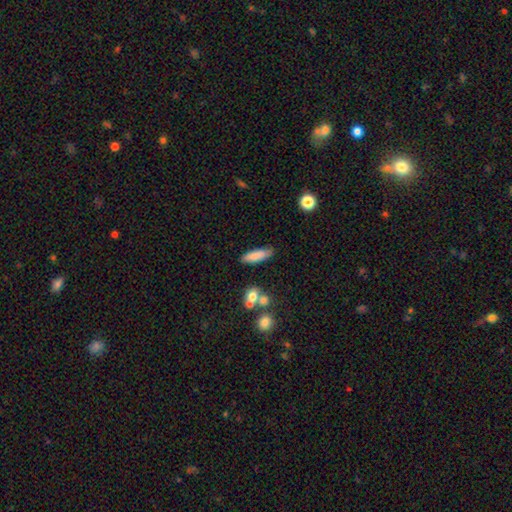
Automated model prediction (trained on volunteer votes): Smooth or featured? smooth (82%)
How rounded? cigar-shaped (58%)
Merging? none (75%)